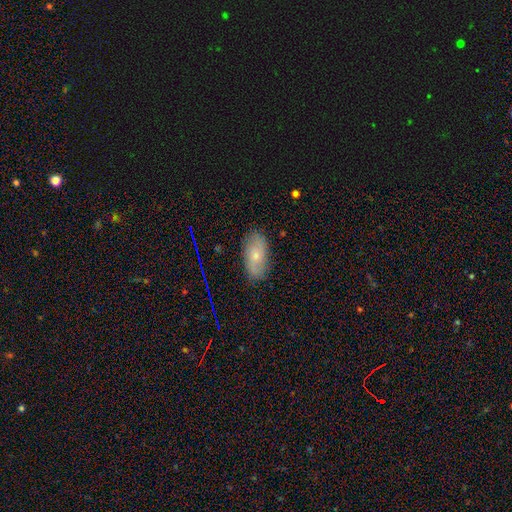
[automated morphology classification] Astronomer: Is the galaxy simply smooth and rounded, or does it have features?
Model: smooth — 57% (runner-up: featured or disk, 33%).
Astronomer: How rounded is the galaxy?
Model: in between — 91%.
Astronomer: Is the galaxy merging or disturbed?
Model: none — 81%.